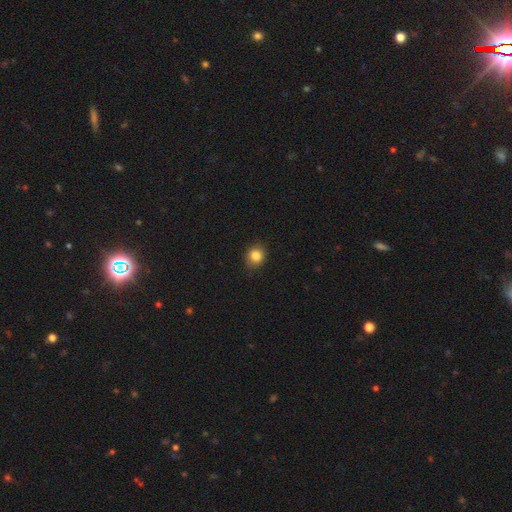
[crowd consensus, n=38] Smooth or featured? smooth (92%)
How rounded? round (69%)
Merging? none (79%)